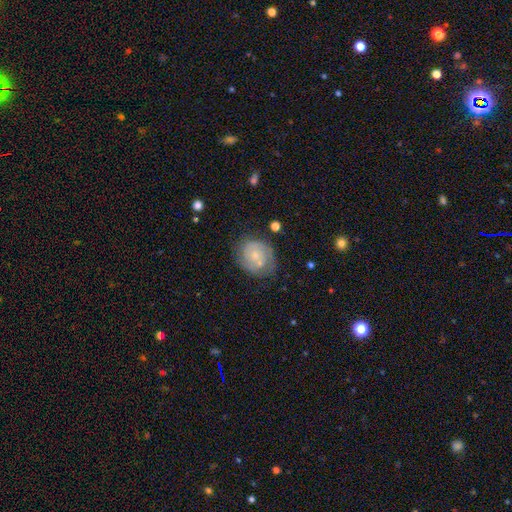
featured or disk 69%, smooth 28%, star or artifact 3%. Down the decision tree: edge-on disk — no (100%); bar — no (85%); spiral arms — yes (63%); spiral arm count — 2 (41%, tied with can't tell); spiral winding — tight (47%, tied with medium); bulge size — small (63%); merging — merger (42%).